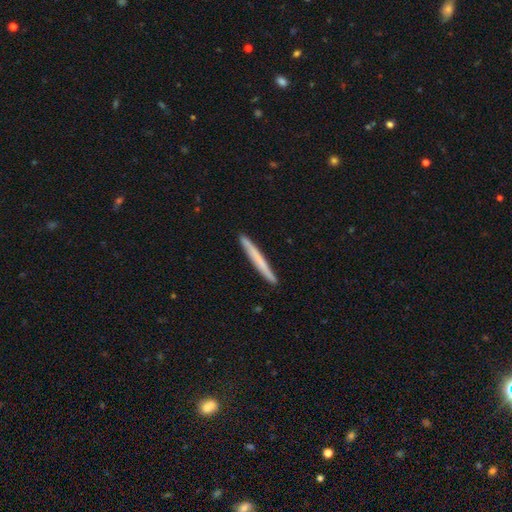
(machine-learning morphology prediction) Smooth or featured: smooth — 61% (featured or disk — 34%)
How rounded: cigar-shaped — 97% (in between — 2%)
Merging: none — 92% (minor disturbance — 6%)